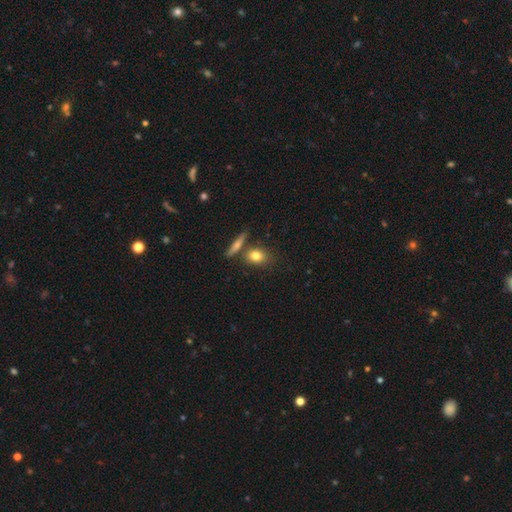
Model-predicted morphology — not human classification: This is likely a smooth galaxy (79%). How rounded: possibly in between (51%). Merging: likely none (66%).